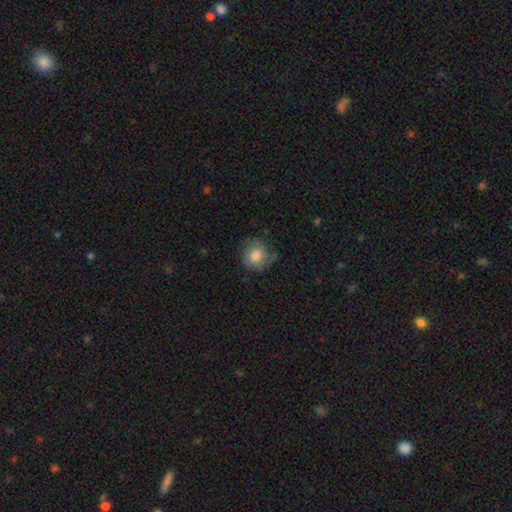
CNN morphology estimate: This is likely a smooth galaxy (76%). How rounded: likely round (74%). Merging: likely none (63%).